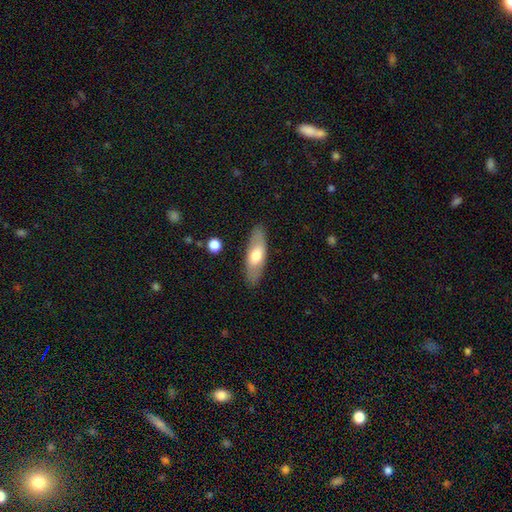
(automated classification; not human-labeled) Smooth or featured?
  - smooth: 61% *
  - featured or disk: 33%
  - star or artifact: 6%
How rounded?
  - in between: 65% *
  - cigar-shaped: 32%
  - round: 3%
Merging?
  - none: 86% *
  - minor disturbance: 10%
  - major disturbance: 3%
  - merger: 1%